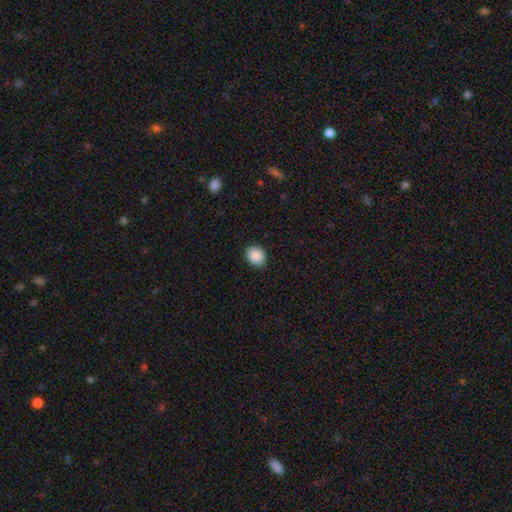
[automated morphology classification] type=smooth (88%); roundness=round (64%); merging=none (89%).